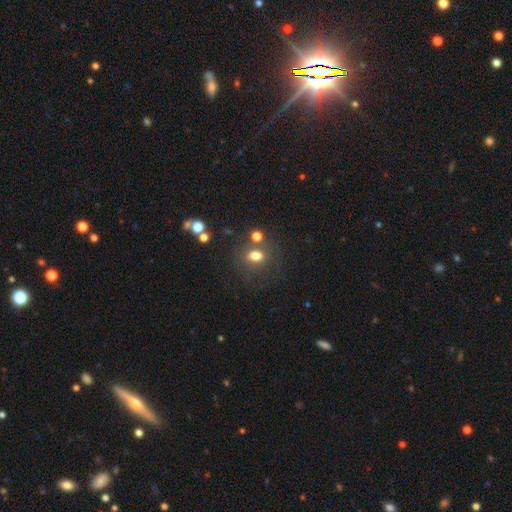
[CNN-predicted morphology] type=smooth (75%); roundness=in between (59%); merging=none (64%).